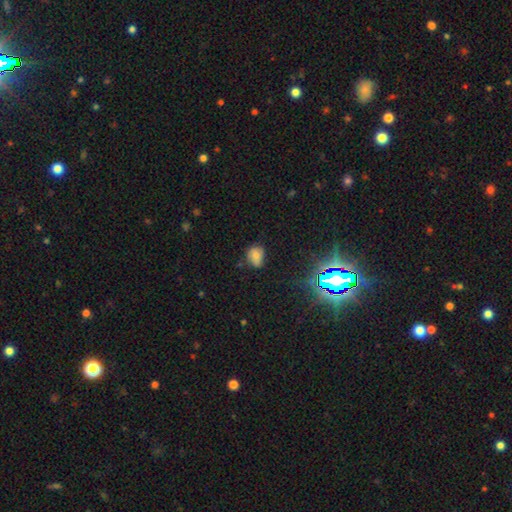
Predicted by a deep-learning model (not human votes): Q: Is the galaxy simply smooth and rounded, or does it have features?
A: smooth — 71%.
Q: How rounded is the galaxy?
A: in between — 53%.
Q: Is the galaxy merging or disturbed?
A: none — 61%.